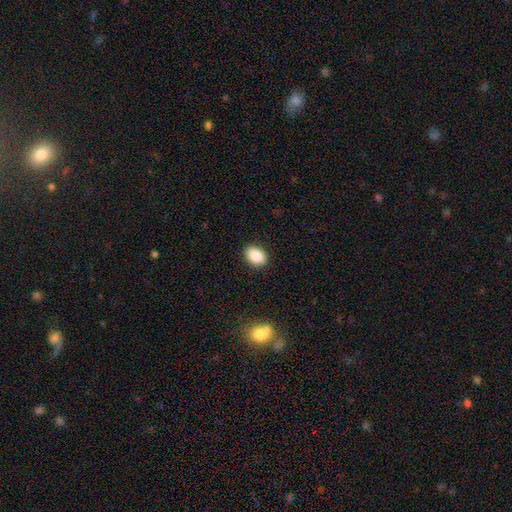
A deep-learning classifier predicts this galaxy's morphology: The model was most divided on "how rounded": in between: 83%, round: 16%, cigar-shaped: 1%. More confident: merging — none (89%); smooth or featured — smooth (88%).